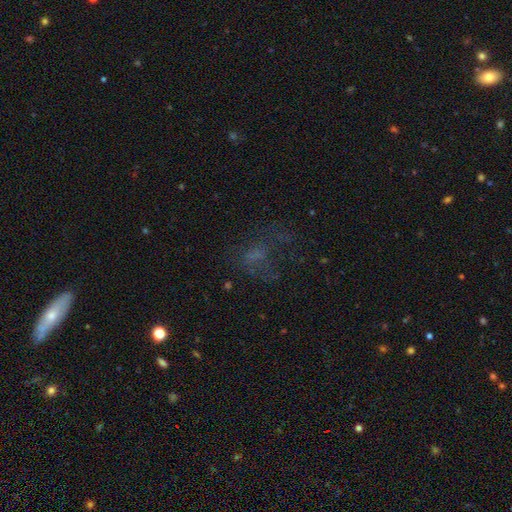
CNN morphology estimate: A smooth galaxy with no disk features (37%). Merging: none (43%).